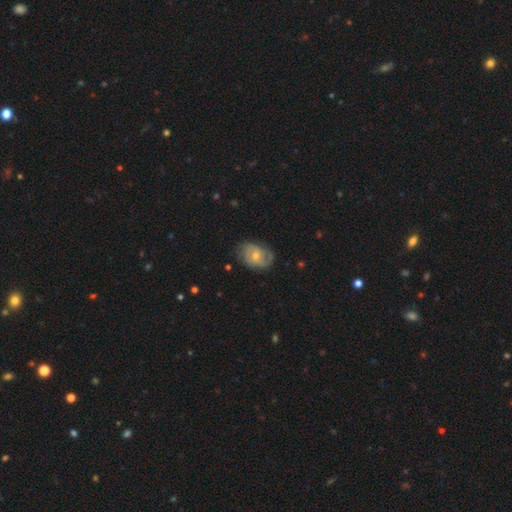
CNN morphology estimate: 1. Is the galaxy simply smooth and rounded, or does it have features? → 63% featured or disk, 31% smooth, 7% star or artifact.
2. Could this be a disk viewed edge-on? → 96% no, 4% yes.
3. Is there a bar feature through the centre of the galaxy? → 60% no, 34% weak, 6% strong.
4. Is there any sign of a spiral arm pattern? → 81% yes, 19% no.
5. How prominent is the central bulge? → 52% moderate, 44% small, 2% large, 1% none, 1% dominant.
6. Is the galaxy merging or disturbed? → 65% none, 25% minor disturbance, 9% major disturbance, 1% merger.